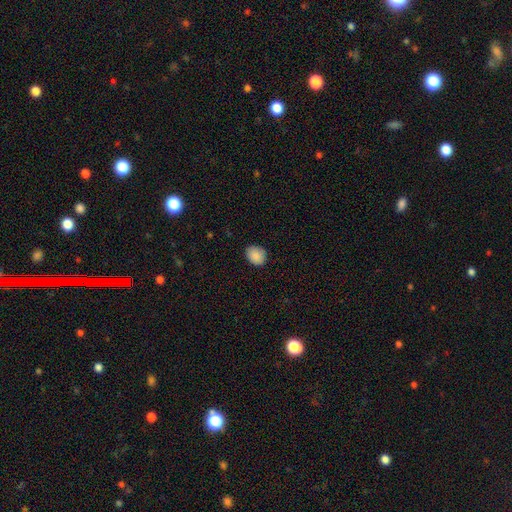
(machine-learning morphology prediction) Q: Smooth or featured?
A: smooth (89%); runner-up: star or artifact (8%)
Q: How rounded?
A: in between (50%); runner-up: round (49%)
Q: Merging?
A: none (84%); runner-up: minor disturbance (12%)